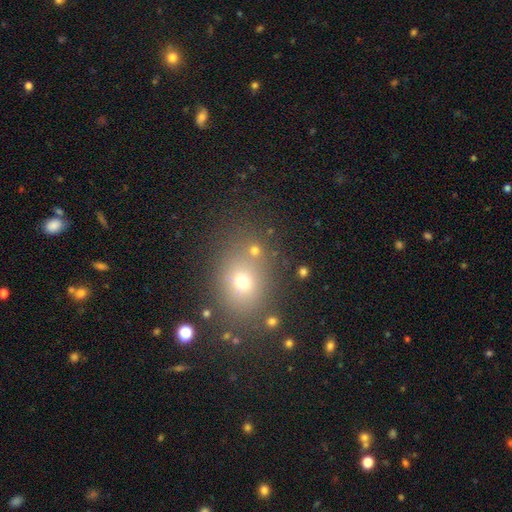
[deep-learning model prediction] Smooth or featured?
  - smooth: 62% *
  - star or artifact: 26%
  - featured or disk: 12%
How rounded?
  - round: 53% *
  - in between: 46%
  - cigar-shaped: 1%
Merging?
  - none: 78% *
  - minor disturbance: 10%
  - merger: 8%
  - major disturbance: 4%